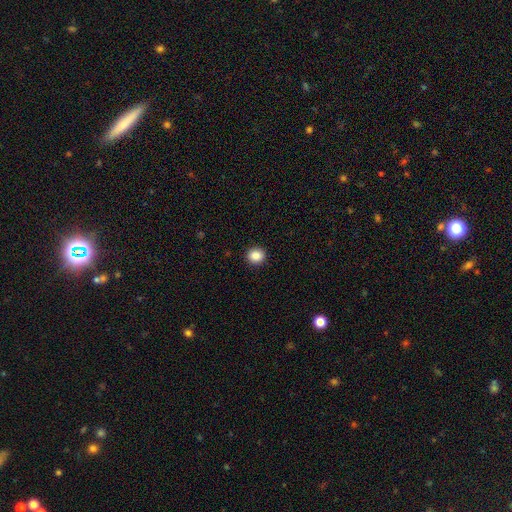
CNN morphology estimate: smooth_or_featured: smooth (p=0.87) [alt: star or artifact p=0.09]
how_rounded: round (p=0.87) [alt: in between p=0.12]
merging: none (p=0.92) [alt: minor disturbance p=0.05]